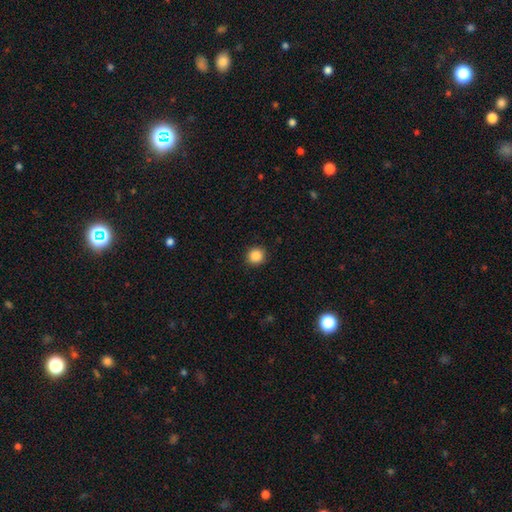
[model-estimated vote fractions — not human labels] Overall: smooth (87%). How rounded: round (92%). Merging: none (92%).